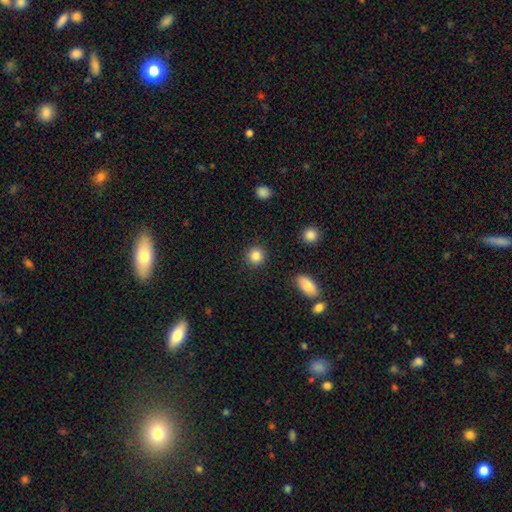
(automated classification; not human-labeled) Smooth or featured? smooth (86%)
How rounded? round (92%)
Merging? none (91%)